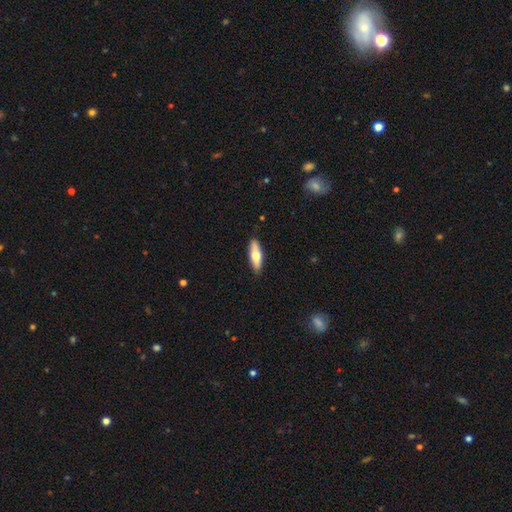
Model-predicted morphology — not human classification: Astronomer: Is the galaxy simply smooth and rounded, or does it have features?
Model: smooth — 59% (runner-up: featured or disk, 36%).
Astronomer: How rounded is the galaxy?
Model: cigar-shaped — 49% (runner-up: in between, 48%).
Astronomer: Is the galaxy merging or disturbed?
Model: none — 89%.